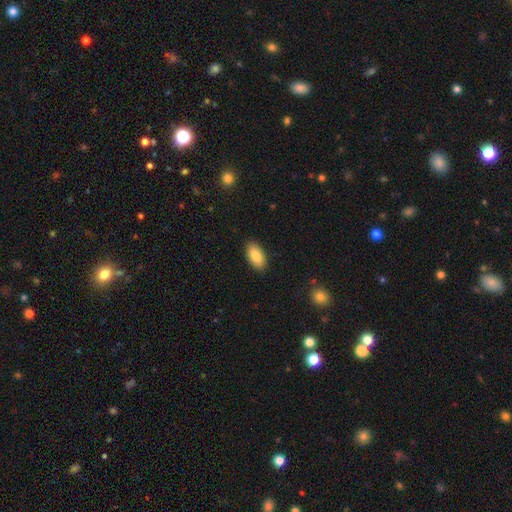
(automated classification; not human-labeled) This appears to be a smooth galaxy with no disk features (86%) that is in between round and cigar-shaped (93%). Merging: none (88%).